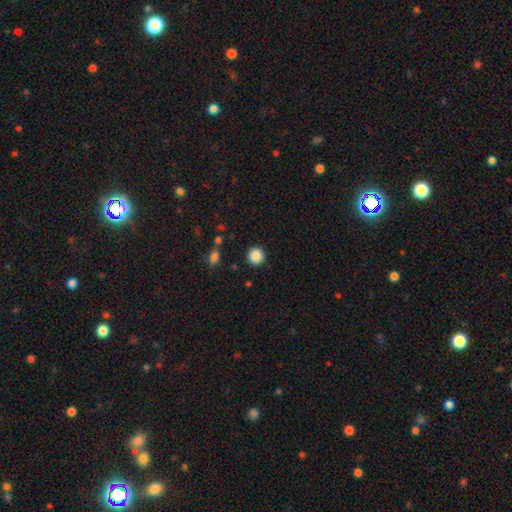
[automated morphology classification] The model was most divided on "smooth or featured": smooth: 87%, star or artifact: 9%, featured or disk: 3%. More confident: how rounded — round (94%); merging — none (91%).